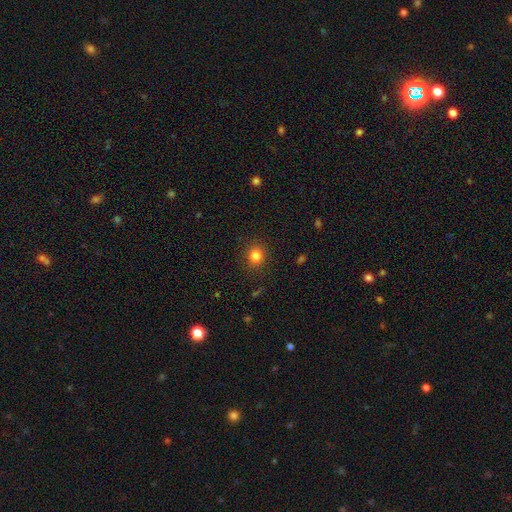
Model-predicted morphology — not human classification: smooth-or-featured: smooth: 83% | star or artifact: 12% | featured or disk: 5%
  how-rounded: round: 83% | in between: 16% | cigar-shaped: 1%
  merging: none: 89% | minor disturbance: 7% | major disturbance: 3% | merger: 1%